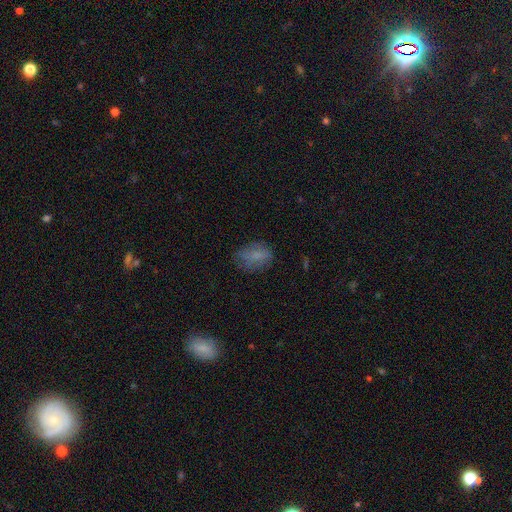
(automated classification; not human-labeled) Smooth or featured? Predicted: smooth (p=0.74). How rounded? Predicted: in between (p=0.76). Merging? Predicted: none (p=0.67).